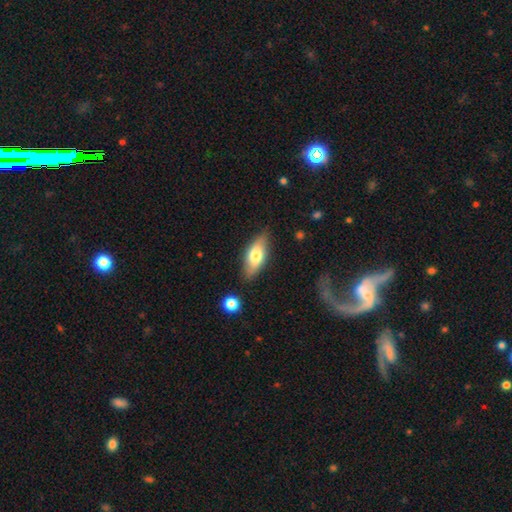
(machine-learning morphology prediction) Overall: smooth (69%). How rounded: in between (81%). Merging: none (82%).